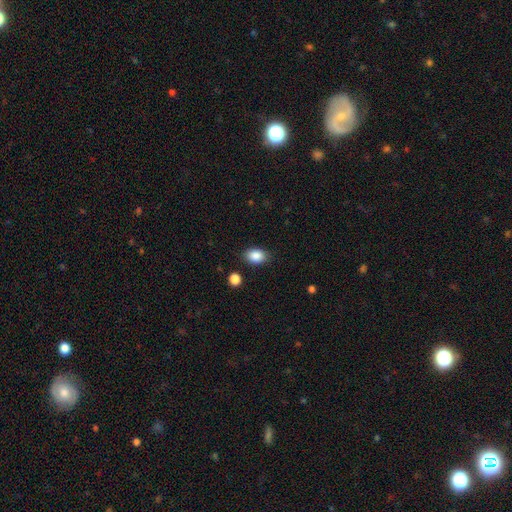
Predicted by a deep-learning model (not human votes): smooth_or_featured: smooth (p=0.87) [alt: star or artifact p=0.08]
how_rounded: in between (p=0.82) [alt: round p=0.17]
merging: none (p=0.85) [alt: minor disturbance p=0.10]